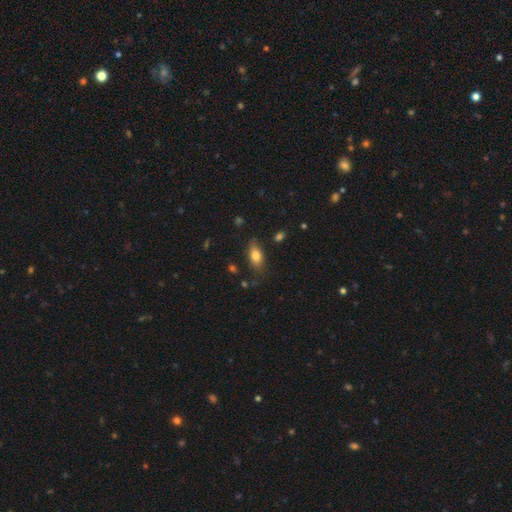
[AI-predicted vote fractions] Smooth or featured? smooth (79%)
How rounded? in between (86%)
Merging? none (74%)